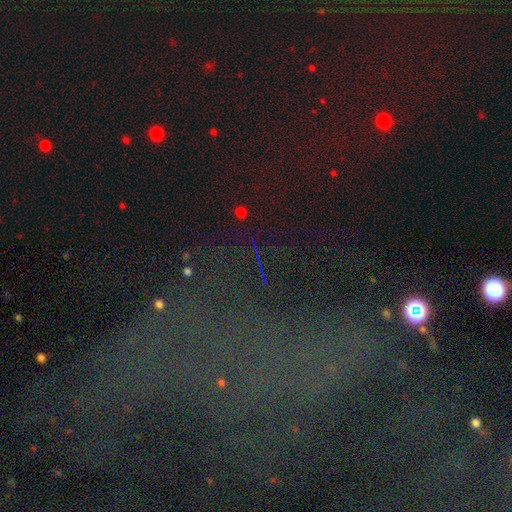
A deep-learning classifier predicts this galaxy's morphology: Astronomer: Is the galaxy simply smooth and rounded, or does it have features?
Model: star or artifact — 75%.